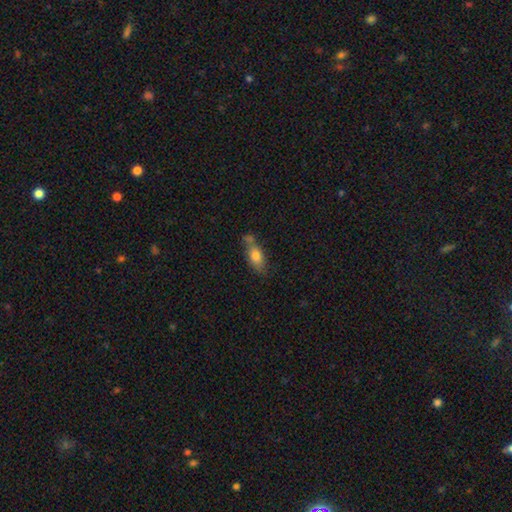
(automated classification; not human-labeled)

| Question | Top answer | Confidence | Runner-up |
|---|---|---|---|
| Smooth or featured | smooth | 77% | featured or disk (16%) |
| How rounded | in between | 83% | cigar-shaped (12%) |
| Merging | none | 49% | merger (25%) |